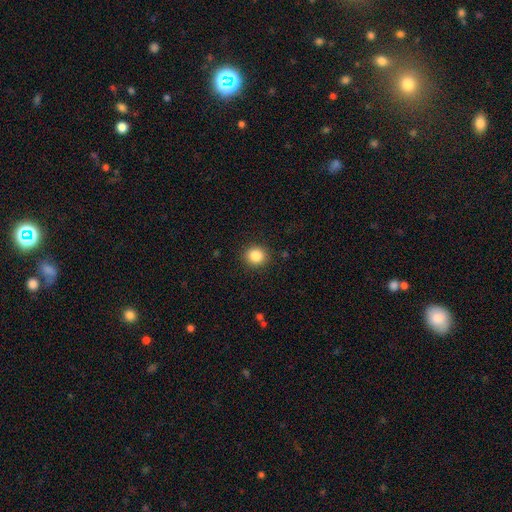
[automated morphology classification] type=smooth (86%); roundness=round (85%); merging=none (90%).